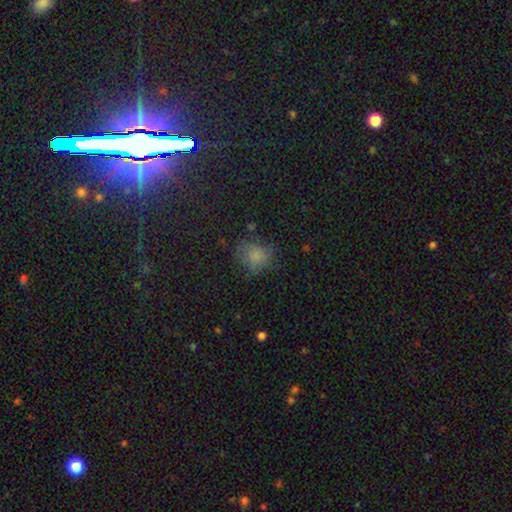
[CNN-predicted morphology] A smooth galaxy with no disk features (73%) that is round (71%). Merging: none (60%).